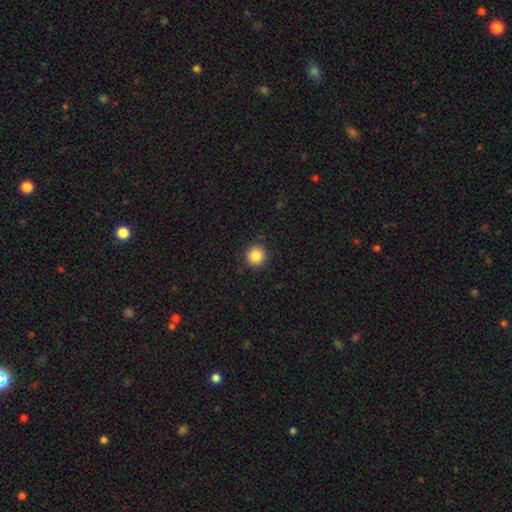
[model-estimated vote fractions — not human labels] A smooth galaxy with no disk features (86%) that is round (93%). Merging: none (90%).